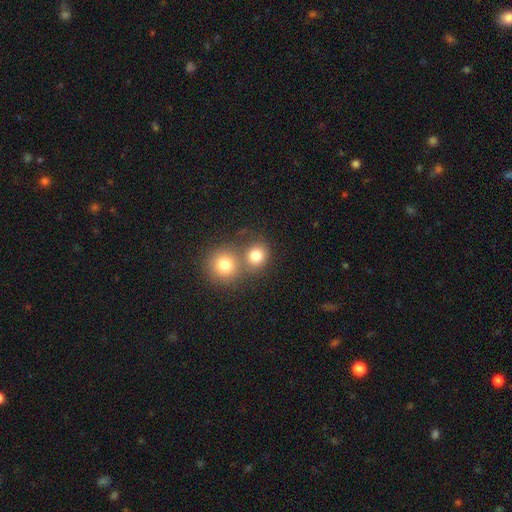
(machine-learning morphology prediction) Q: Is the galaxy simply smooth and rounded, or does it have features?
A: smooth — 79%.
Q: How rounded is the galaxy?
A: round — 83%.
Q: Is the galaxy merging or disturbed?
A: none — 45%.